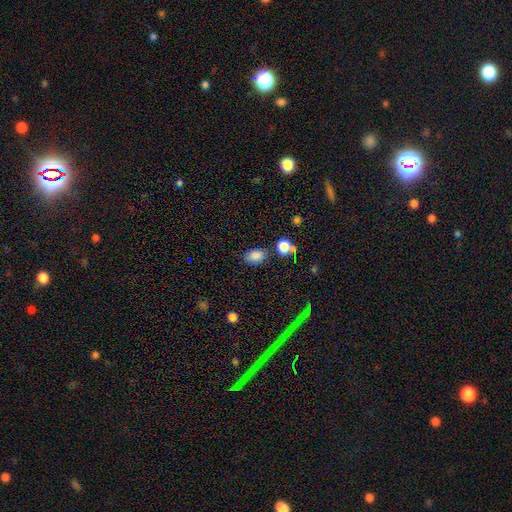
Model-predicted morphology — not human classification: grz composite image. It shows a smooth galaxy with no disk features (83%) that is in between round and cigar-shaped (79%). Merging: none (75%).